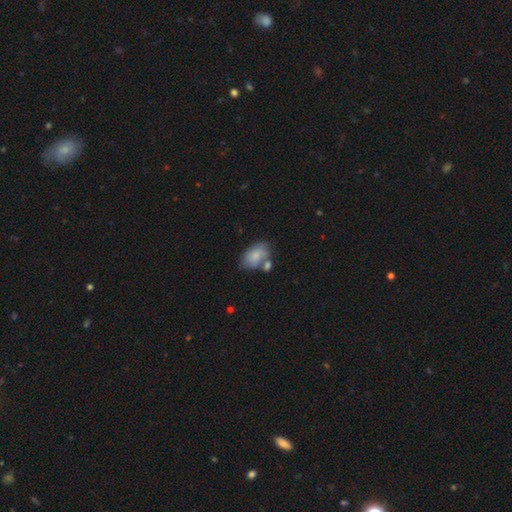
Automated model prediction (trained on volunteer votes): Smooth or featured: smooth — 73% (featured or disk — 20%)
How rounded: in between — 90% (round — 9%)
Merging: none — 44% (merger — 27%)